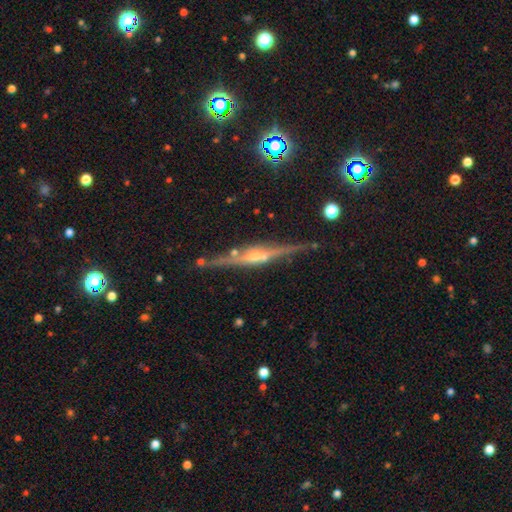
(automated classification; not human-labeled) Smooth or featured? Predicted: featured or disk (p=0.84). Edge-on disk? Predicted: yes (p=0.97). Edge-on bulge? Predicted: rounded (p=0.82). Merging? Predicted: none (p=0.84).